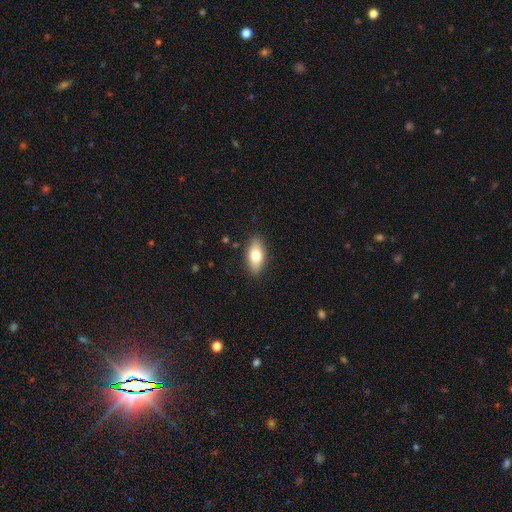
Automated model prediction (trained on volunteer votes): smooth 75%, featured or disk 19%, star or artifact 7%. Down the decision tree: how rounded — in between (87%); merging — none (88%).